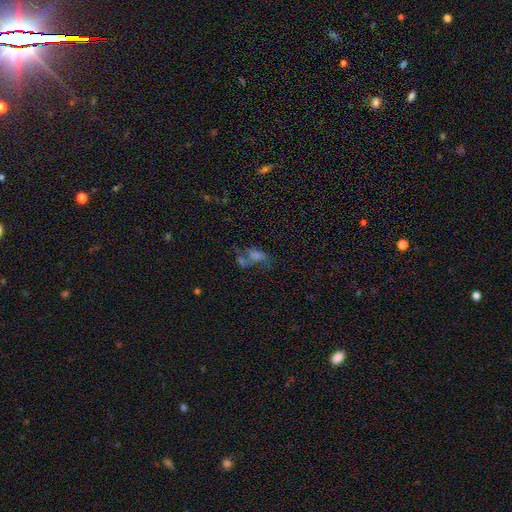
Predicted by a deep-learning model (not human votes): Smooth or featured?
  - featured or disk: 37% *
  - smooth: 33%
  - star or artifact: 30%
Merging?
  - merger: 33% *
  - none: 32%
  - major disturbance: 21%
  - minor disturbance: 14%